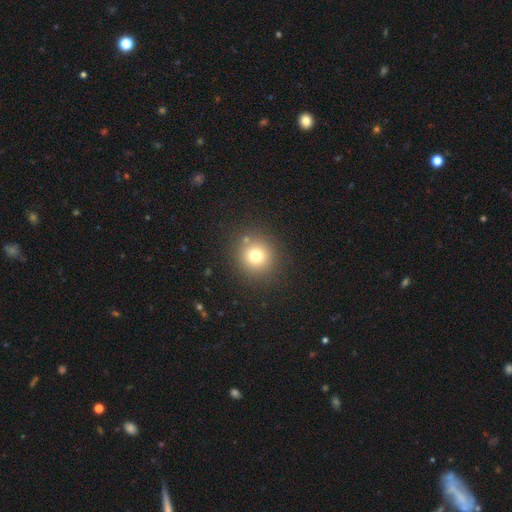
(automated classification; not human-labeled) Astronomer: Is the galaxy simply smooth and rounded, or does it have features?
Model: smooth — 75%.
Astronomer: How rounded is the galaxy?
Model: round — 92%.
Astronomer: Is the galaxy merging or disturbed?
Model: none — 86%.